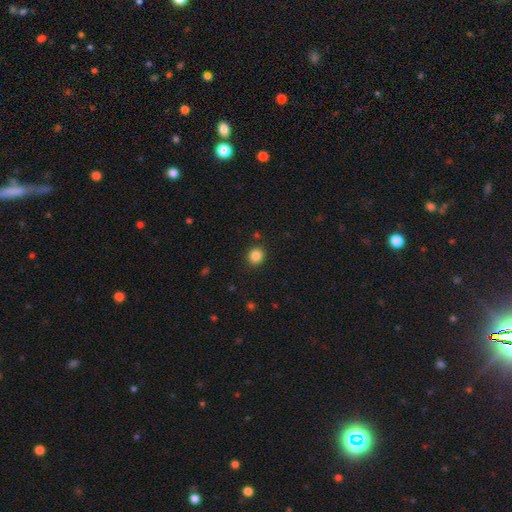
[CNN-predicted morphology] smooth-or-featured: smooth: 86% | star or artifact: 11% | featured or disk: 4%
  how-rounded: round: 85% | in between: 14% | cigar-shaped: 1%
  merging: none: 89% | minor disturbance: 7% | major disturbance: 2% | merger: 2%